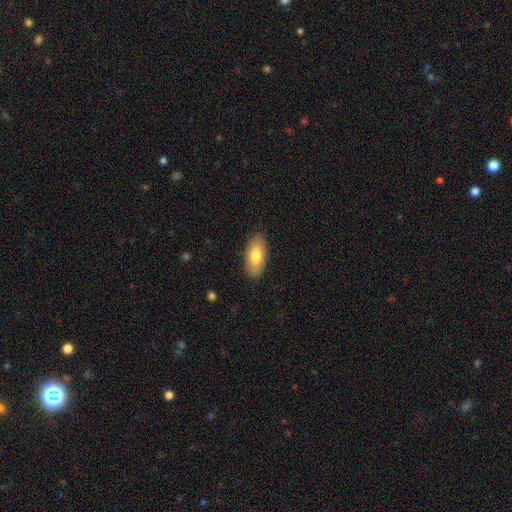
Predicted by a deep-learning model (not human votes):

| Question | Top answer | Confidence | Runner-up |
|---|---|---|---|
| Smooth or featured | smooth | 74% | featured or disk (20%) |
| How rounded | in between | 93% | cigar-shaped (4%) |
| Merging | none | 87% | minor disturbance (10%) |